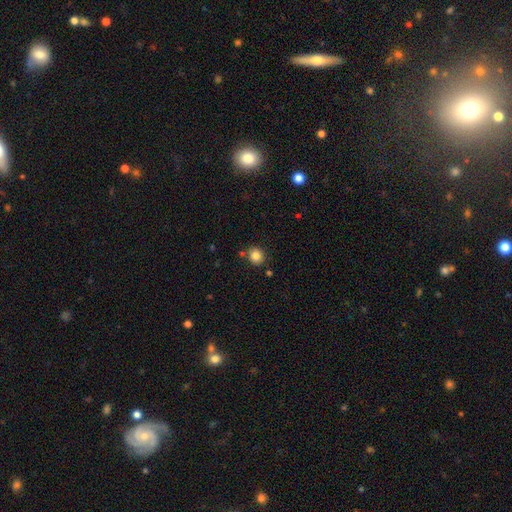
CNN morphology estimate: This appears to be a smooth galaxy with no disk features (84%) that is round (84%). Merging: none (81%).